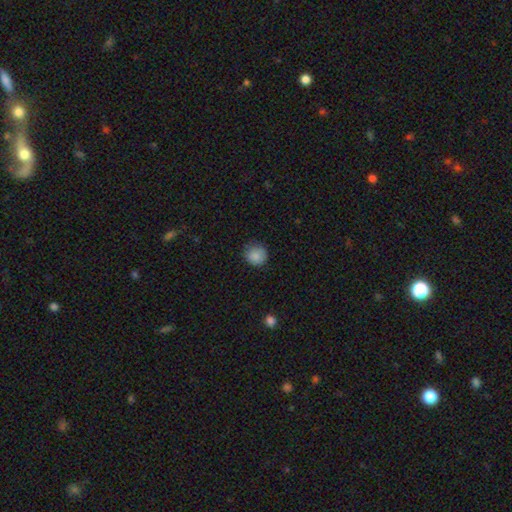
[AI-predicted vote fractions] Smooth or featured? Predicted: smooth (p=0.87). How rounded? Predicted: round (p=0.90). Merging? Predicted: none (p=0.82).